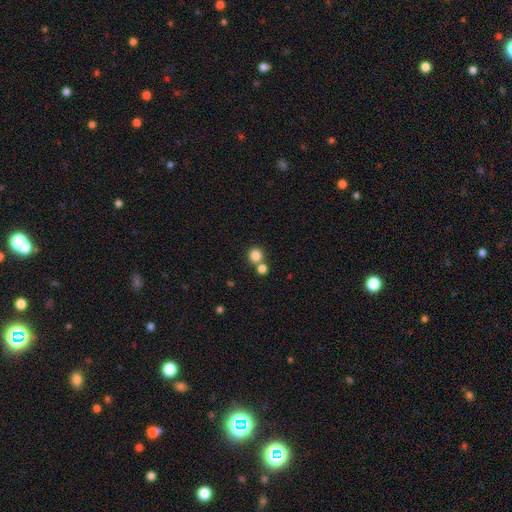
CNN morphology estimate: The model was most divided on "merging": none: 57%, merger: 34%, minor disturbance: 7%, major disturbance: 3%. More confident: how rounded — round (88%); smooth or featured — smooth (82%).